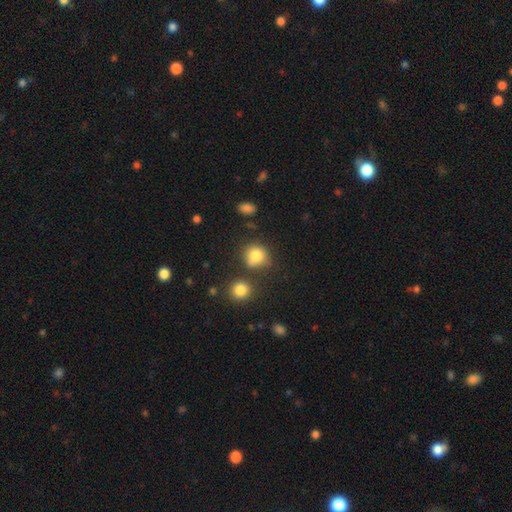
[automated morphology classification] smooth_or_featured: smooth (p=0.81) [alt: star or artifact p=0.11]
how_rounded: round (p=0.81) [alt: in between p=0.18]
merging: none (p=0.62) [alt: minor disturbance p=0.18]